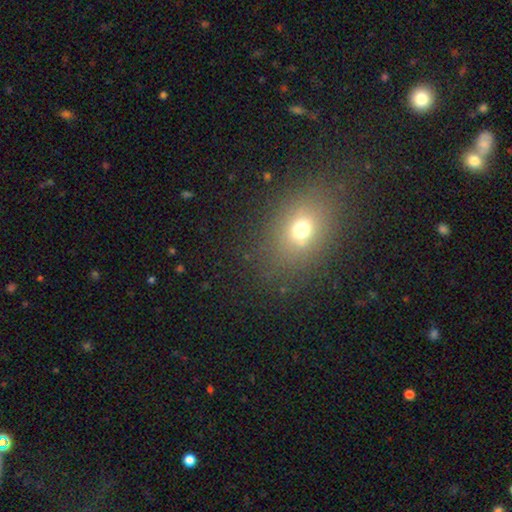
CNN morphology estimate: A smooth galaxy with no disk features (64%) that is in between round and cigar-shaped (61%). Merging: none (87%).